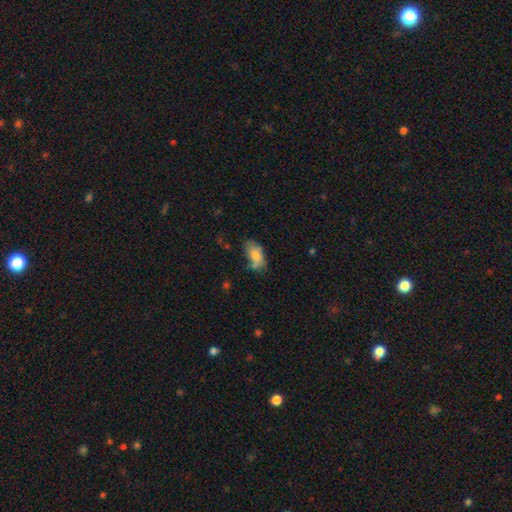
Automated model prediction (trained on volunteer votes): smooth 72%, featured or disk 20%, star or artifact 9%. Down the decision tree: how rounded — in between (91%); merging — none (42%).